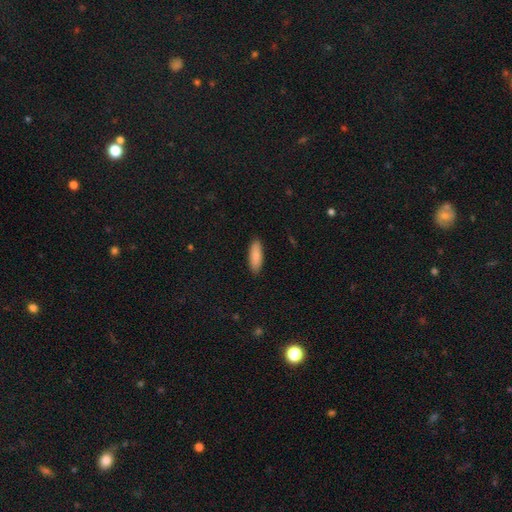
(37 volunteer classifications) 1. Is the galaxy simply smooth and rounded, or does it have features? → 95% smooth, 5% star or artifact, 0% featured or disk.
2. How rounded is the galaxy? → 51% in between, 49% cigar-shaped, 0% round.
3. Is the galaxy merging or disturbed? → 94% none, 6% minor disturbance, 0% major disturbance, 0% merger.